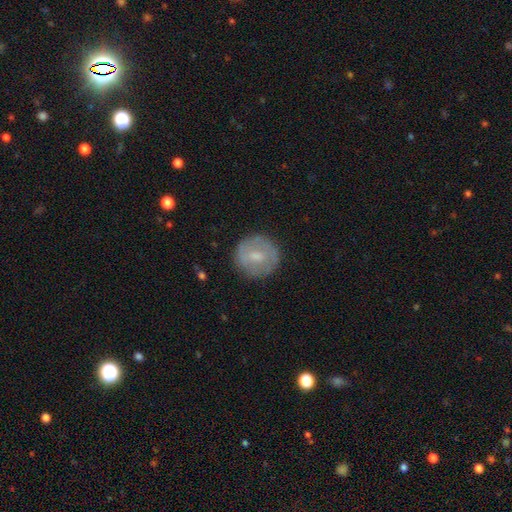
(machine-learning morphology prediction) smooth_or_featured: smooth (p=0.55) [alt: featured or disk p=0.37]
how_rounded: round (p=0.90) [alt: in between p=0.09]
merging: none (p=0.83) [alt: minor disturbance p=0.12]